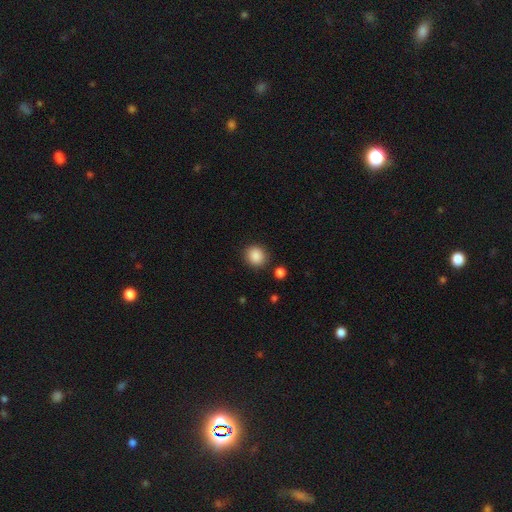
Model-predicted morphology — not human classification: This appears to be a smooth galaxy with no disk features (88%) that is round (83%). Merging: none (87%).